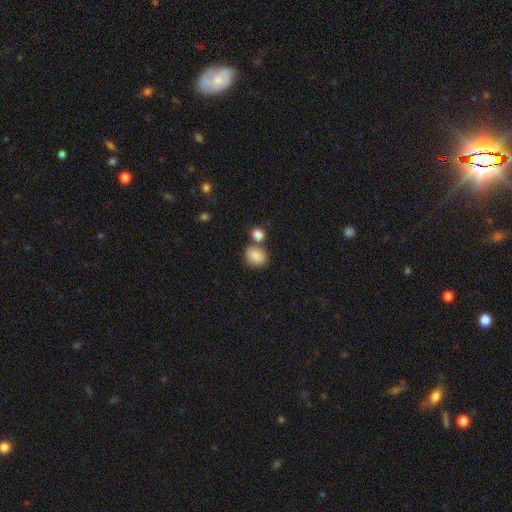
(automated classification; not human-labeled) Overall: smooth (87%). How rounded: in between (52%; round 47%). Merging: none (56%; merger 28%).